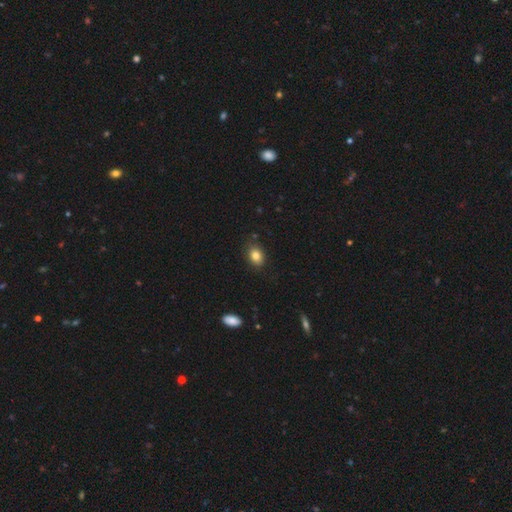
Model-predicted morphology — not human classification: smooth-or-featured: smooth: 82% | star or artifact: 9% | featured or disk: 8%
  how-rounded: in between: 76% | round: 23% | cigar-shaped: 1%
  merging: none: 84% | minor disturbance: 12% | major disturbance: 2% | merger: 2%